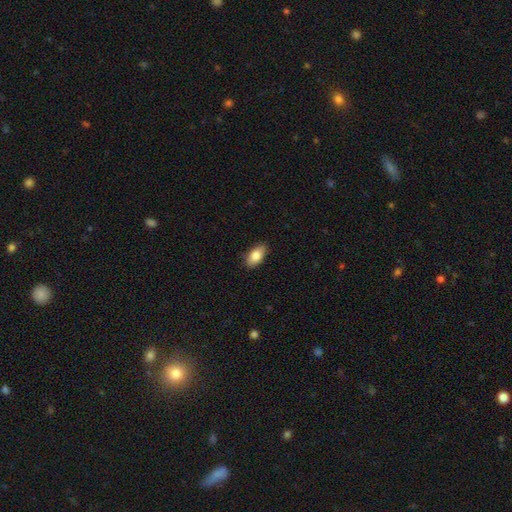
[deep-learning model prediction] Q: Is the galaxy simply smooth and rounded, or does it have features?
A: smooth — 83%.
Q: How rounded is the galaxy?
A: in between — 92%.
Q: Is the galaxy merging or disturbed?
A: none — 86%.